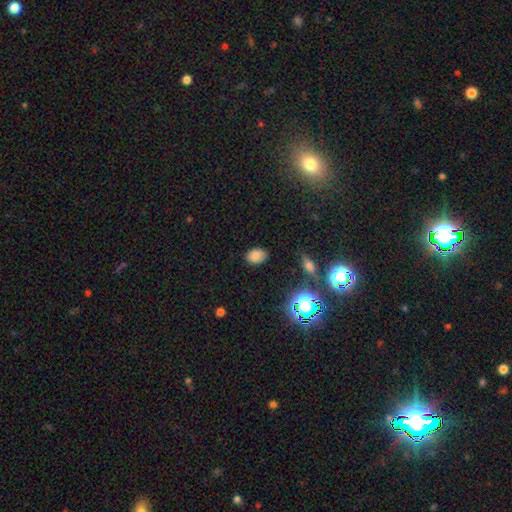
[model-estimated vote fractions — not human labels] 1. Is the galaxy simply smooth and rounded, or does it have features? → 79% smooth, 15% star or artifact, 6% featured or disk.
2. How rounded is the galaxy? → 82% in between, 17% round, 1% cigar-shaped.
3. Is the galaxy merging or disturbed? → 83% none, 13% minor disturbance, 3% major disturbance, 2% merger.